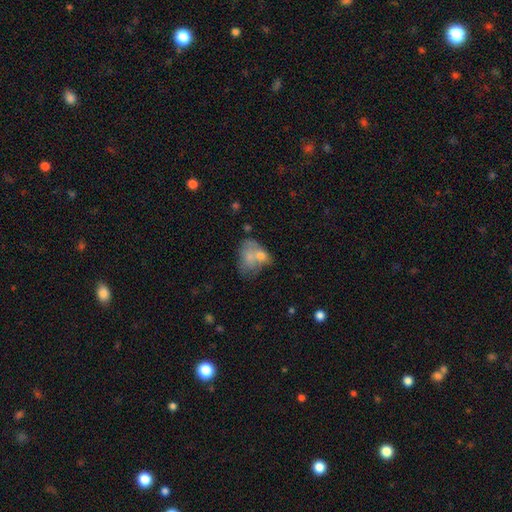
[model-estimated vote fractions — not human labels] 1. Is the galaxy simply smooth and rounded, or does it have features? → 63% smooth, 28% featured or disk, 9% star or artifact.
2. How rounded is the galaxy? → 75% in between, 23% round, 2% cigar-shaped.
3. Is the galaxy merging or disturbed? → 52% merger, 22% none, 14% minor disturbance, 12% major disturbance.